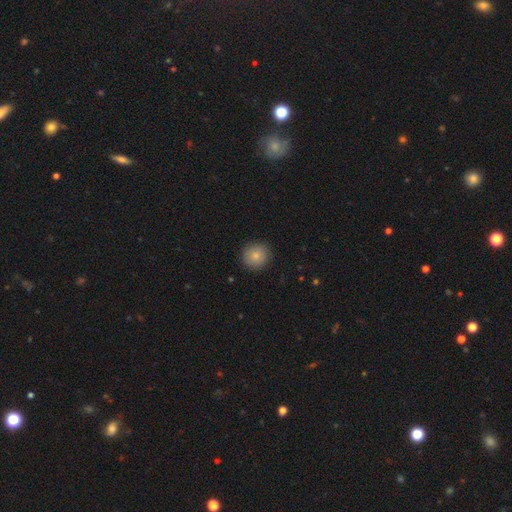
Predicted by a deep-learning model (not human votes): The model was most divided on "smooth or featured": smooth: 82%, star or artifact: 9%, featured or disk: 9%. More confident: how rounded — round (92%); merging — none (90%).